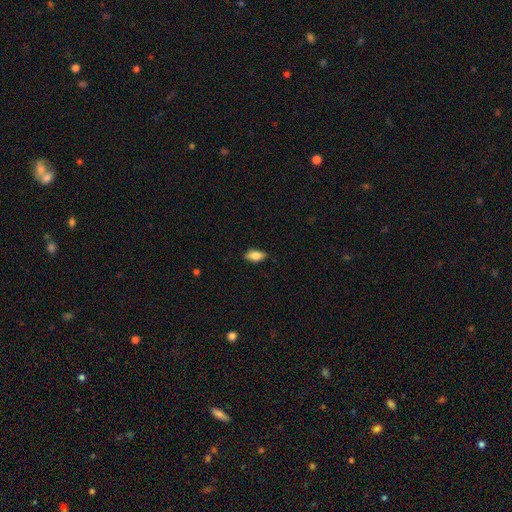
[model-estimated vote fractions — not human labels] This appears to be a smooth galaxy with no disk features (78%) that is in between round and cigar-shaped (87%). Merging: none (84%).